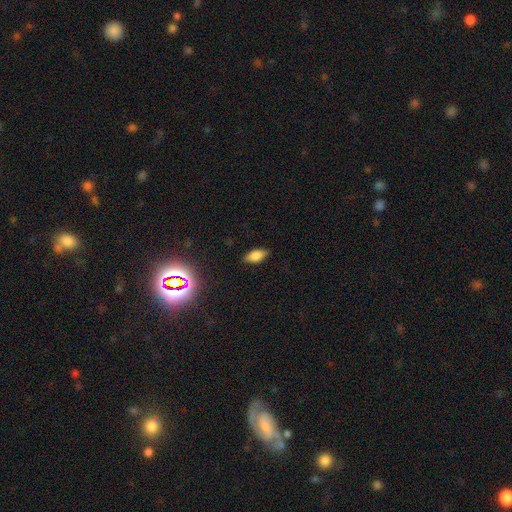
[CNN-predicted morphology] The model was most divided on "smooth or featured": smooth: 78%, featured or disk: 11%, star or artifact: 11%. More confident: how rounded — in between (86%); merging — none (84%).